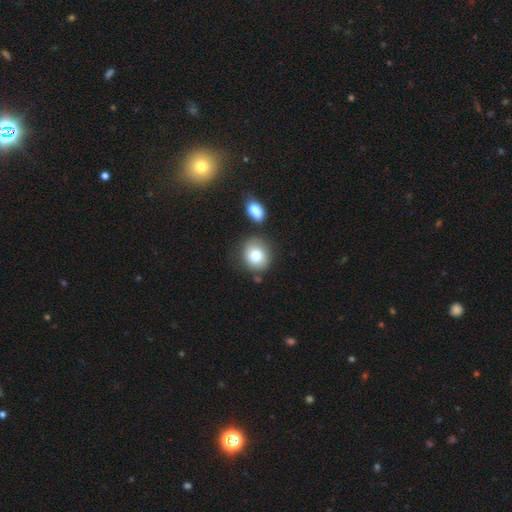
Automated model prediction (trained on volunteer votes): smooth-or-featured: smooth: 77% | featured or disk: 14% | star or artifact: 10%
  how-rounded: round: 78% | in between: 21% | cigar-shaped: 1%
  merging: none: 71% | minor disturbance: 13% | merger: 13% | major disturbance: 4%